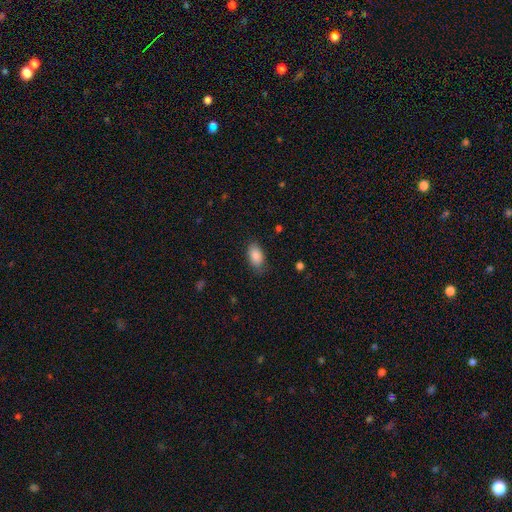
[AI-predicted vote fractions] Smooth or featured? Predicted: smooth (p=0.88). How rounded? Predicted: in between (p=0.93). Merging? Predicted: none (p=0.78).